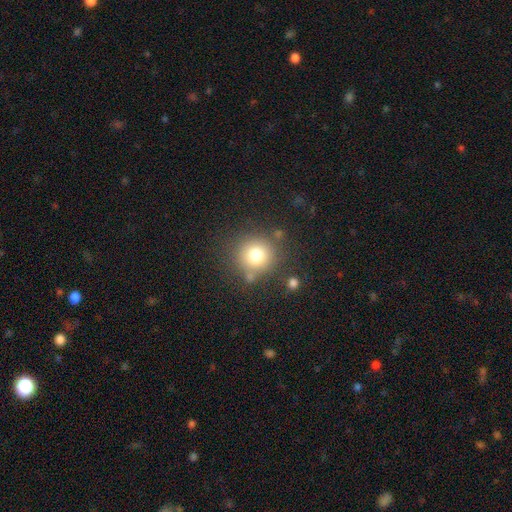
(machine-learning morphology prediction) The model was most divided on "smooth or featured": smooth: 76%, star or artifact: 13%, featured or disk: 11%. More confident: how rounded — round (92%); merging — none (76%).